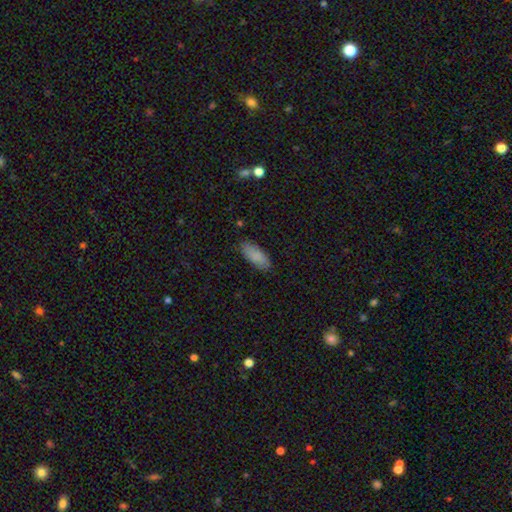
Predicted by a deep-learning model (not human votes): Smooth or featured: smooth — 87% (star or artifact — 7%)
How rounded: in between — 78% (cigar-shaped — 20%)
Merging: none — 85% (minor disturbance — 11%)